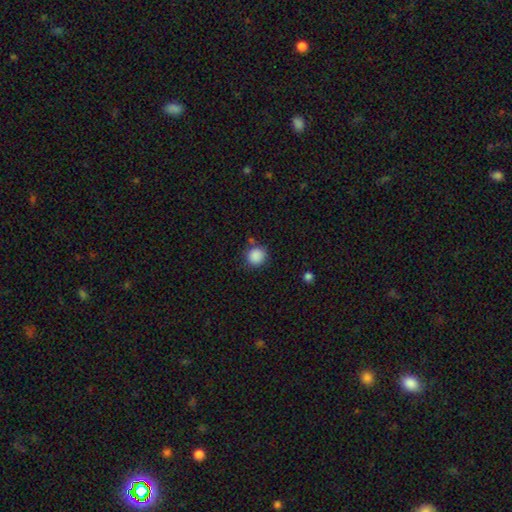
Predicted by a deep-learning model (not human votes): smooth-or-featured: smooth: 88% | star or artifact: 9% | featured or disk: 3%
  how-rounded: round: 89% | in between: 10% | cigar-shaped: 1%
  merging: none: 81% | minor disturbance: 11% | merger: 4% | major disturbance: 4%